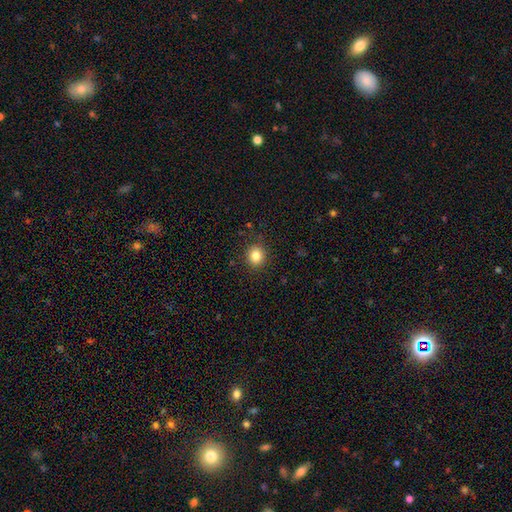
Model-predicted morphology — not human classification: This is clearly a smooth galaxy (83%). How rounded: clearly round (82%). Merging: clearly none (89%).